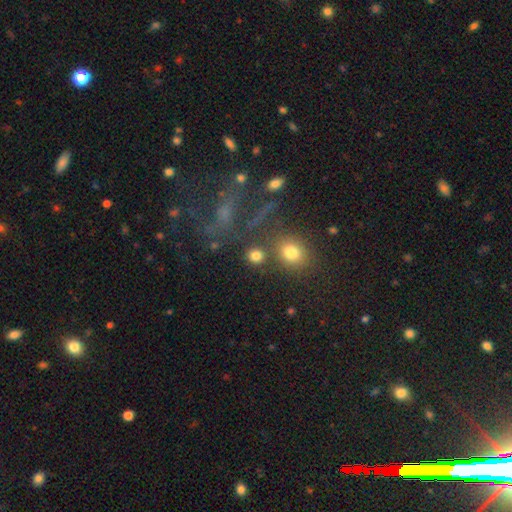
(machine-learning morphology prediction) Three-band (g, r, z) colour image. It shows a smooth galaxy with no disk features (79%) that is round (84%). Merging: none (74%).